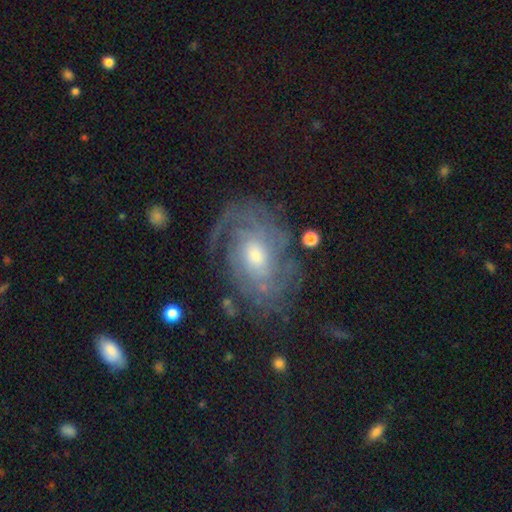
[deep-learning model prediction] A featured or disk galaxy (85%) with no bar (66%), tight (61%) spiral arms (95%) and a moderate central bulge (53%). Merging: none (71%).